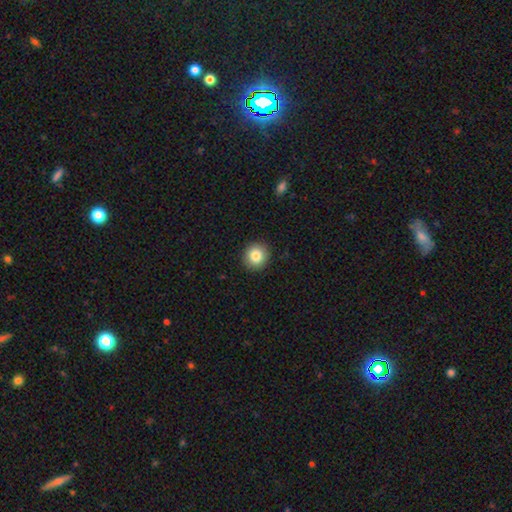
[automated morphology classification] smooth_or_featured: smooth (p=0.84) [alt: star or artifact p=0.09]
how_rounded: round (p=0.91) [alt: in between p=0.08]
merging: none (p=0.92) [alt: minor disturbance p=0.06]